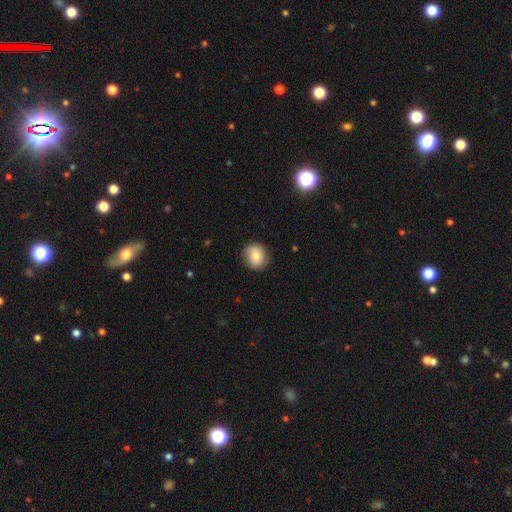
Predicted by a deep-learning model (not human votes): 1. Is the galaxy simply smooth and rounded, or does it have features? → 82% smooth, 10% featured or disk, 9% star or artifact.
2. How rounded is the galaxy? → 77% round, 22% in between, 1% cigar-shaped.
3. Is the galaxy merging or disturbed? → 89% none, 8% minor disturbance, 2% major disturbance, 1% merger.